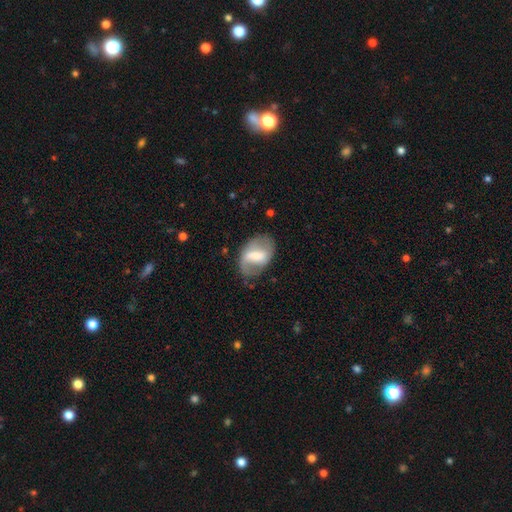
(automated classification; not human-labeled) A featured or disk galaxy (59%) with a strong bar (47%), spiral arms (64%) and a moderate central bulge (42%). Merging: none (63%).